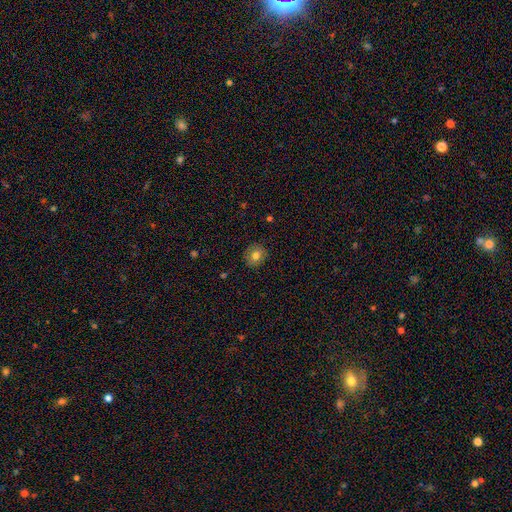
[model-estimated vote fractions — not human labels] Smooth or featured? Predicted: smooth (p=0.77). How rounded? Predicted: round (p=0.79). Merging? Predicted: none (p=0.88).